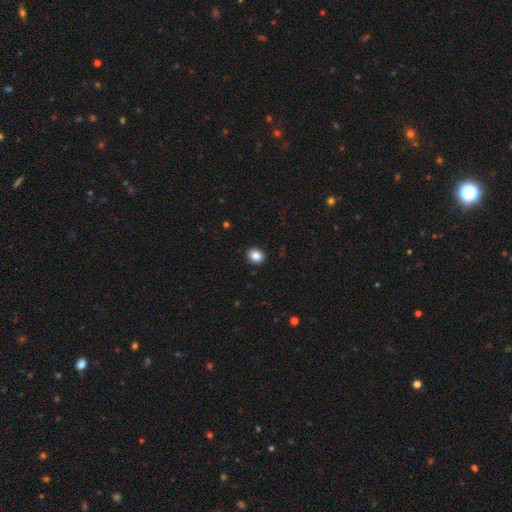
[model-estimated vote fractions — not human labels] The model was most divided on "how rounded": round: 58%, in between: 41%, cigar-shaped: 1%. More confident: merging — none (91%); smooth or featured — smooth (87%).